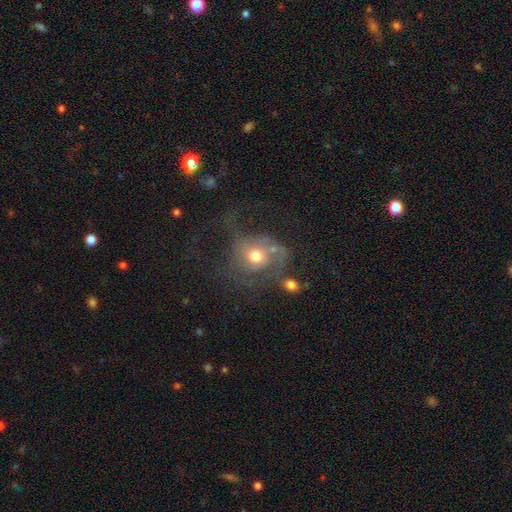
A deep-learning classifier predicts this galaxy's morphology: featured or disk 46%, smooth 41%, star or artifact 13%. Down the decision tree: merging — major disturbance (40%).